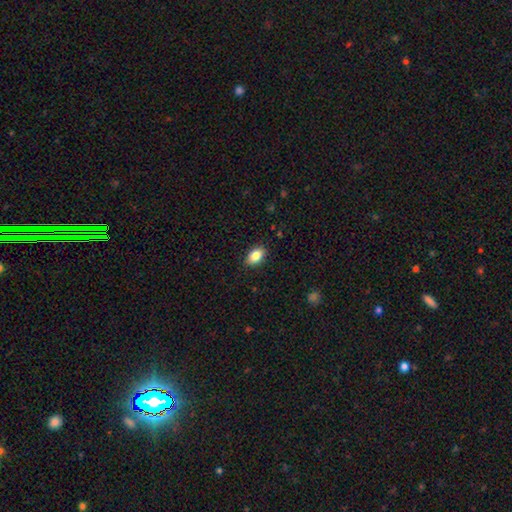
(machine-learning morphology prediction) A smooth galaxy with no disk features (85%) that is in between round and cigar-shaped (88%).

Vote fractions:
- Smooth or featured? smooth: 85% / star or artifact: 8% / featured or disk: 7%
- How rounded? in between: 88% / round: 10% / cigar-shaped: 2%
- Merging? none: 87% / minor disturbance: 10% / major disturbance: 2% / merger: 1%